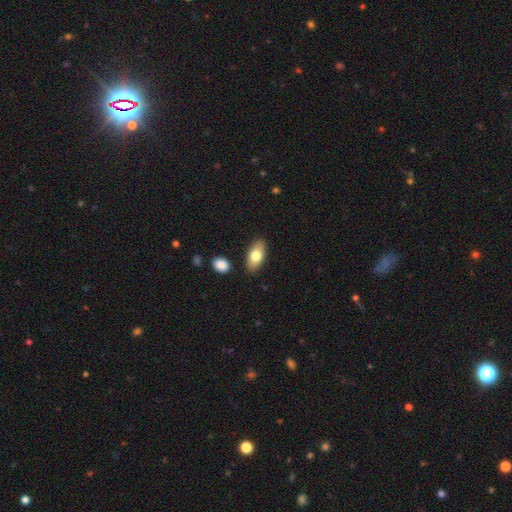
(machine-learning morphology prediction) smooth 75%, featured or disk 19%, star or artifact 6%. Down the decision tree: how rounded — in between (89%); merging — none (85%).